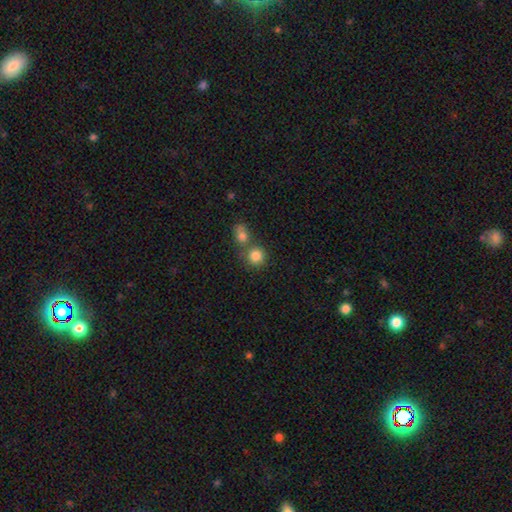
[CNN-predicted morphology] Smooth or featured: smooth — 83% (star or artifact — 11%)
How rounded: round — 88% (in between — 11%)
Merging: none — 57% (merger — 31%)